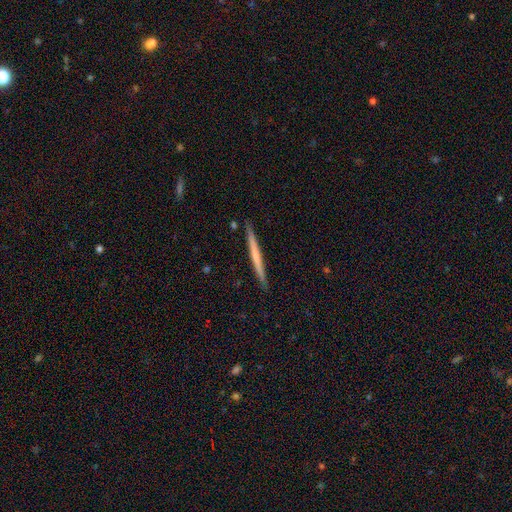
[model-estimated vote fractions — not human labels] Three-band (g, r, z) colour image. It shows a featured or disk galaxy (50%). Merging: none (90%).